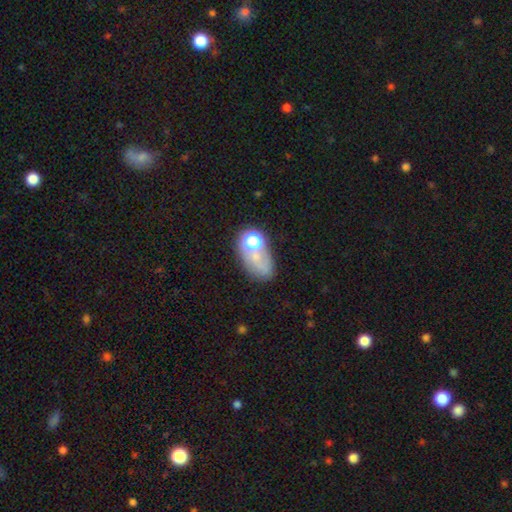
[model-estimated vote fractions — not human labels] smooth-or-featured: smooth: 51% | star or artifact: 25% | featured or disk: 24%
  how-rounded: in between: 77% | round: 20% | cigar-shaped: 3%
  merging: none: 44% | merger: 21% | minor disturbance: 19% | major disturbance: 16%